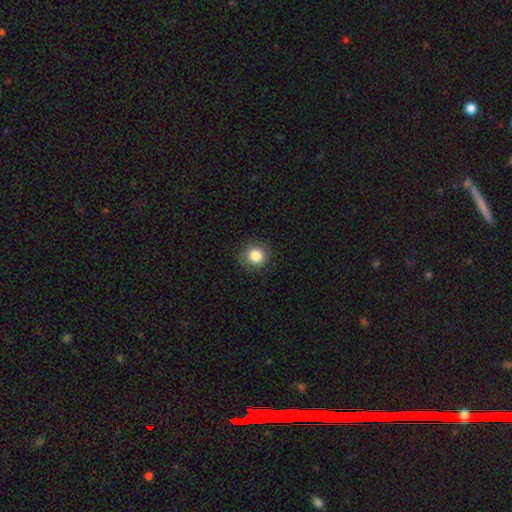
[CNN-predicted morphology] smooth 84%, star or artifact 10%, featured or disk 6%. Down the decision tree: how rounded — round (89%); merging — none (88%).